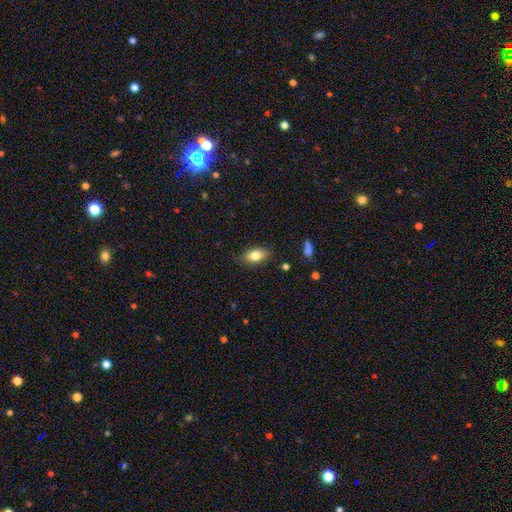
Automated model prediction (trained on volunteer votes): Smooth or featured? smooth (78%)
How rounded? in between (84%)
Merging? none (81%)